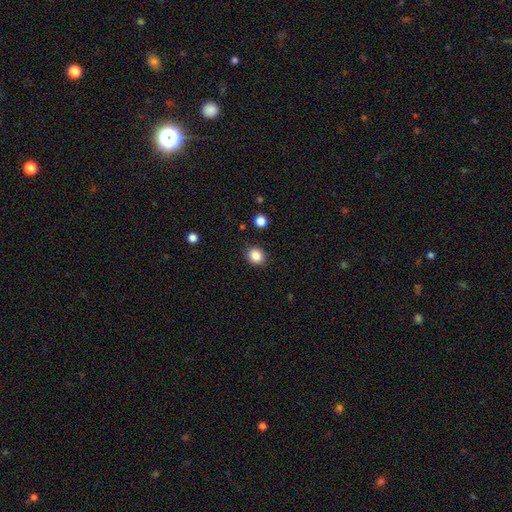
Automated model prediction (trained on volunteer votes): smooth-or-featured: smooth: 86% | star or artifact: 10% | featured or disk: 4%
  how-rounded: round: 66% | in between: 33% | cigar-shaped: 1%
  merging: none: 88% | minor disturbance: 8% | major disturbance: 2% | merger: 2%